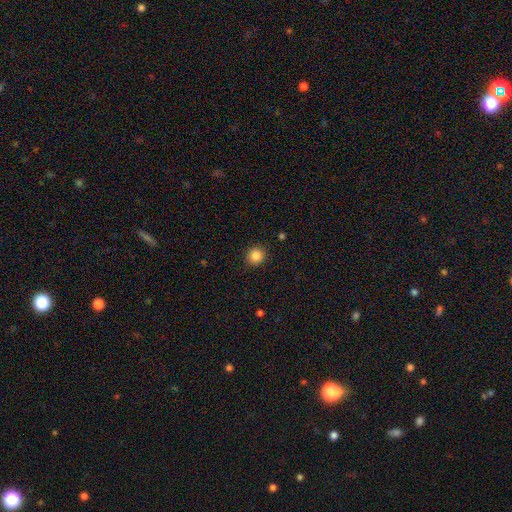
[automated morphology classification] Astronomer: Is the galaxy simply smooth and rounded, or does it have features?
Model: smooth — 86%.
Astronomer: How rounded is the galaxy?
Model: round — 91%.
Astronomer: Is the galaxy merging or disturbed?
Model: none — 90%.